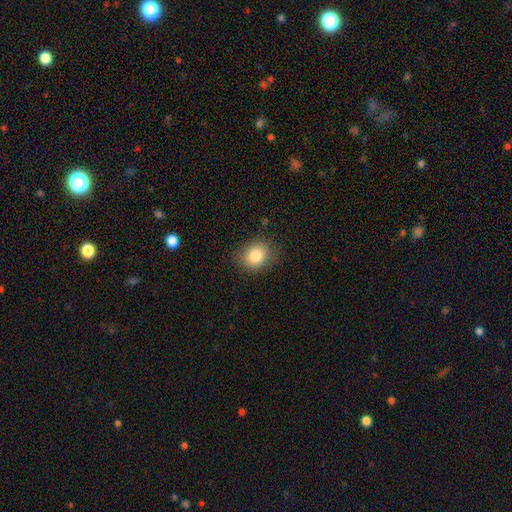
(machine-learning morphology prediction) Q: Smooth or featured?
A: smooth (83%); runner-up: star or artifact (10%)
Q: How rounded?
A: round (61%); runner-up: in between (38%)
Q: Merging?
A: none (85%); runner-up: minor disturbance (11%)